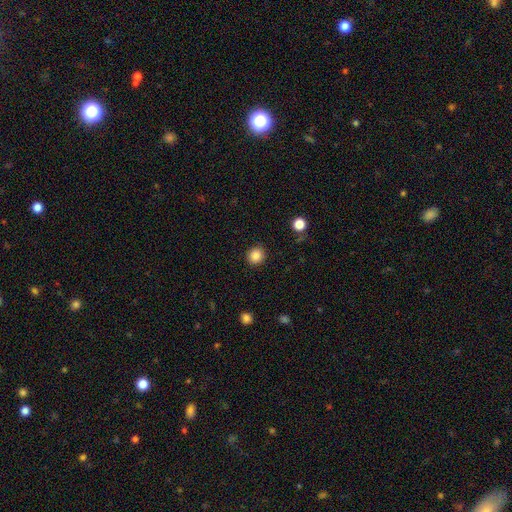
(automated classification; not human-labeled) Smooth or featured? Predicted: smooth (p=0.86). How rounded? Predicted: round (p=0.91). Merging? Predicted: none (p=0.90).